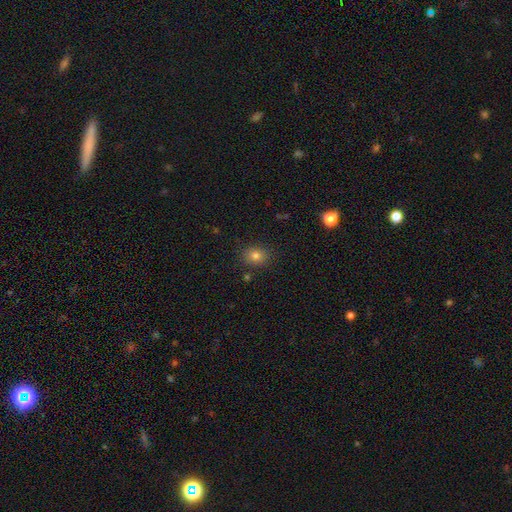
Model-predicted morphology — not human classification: Smooth or featured? Predicted: smooth (p=0.79). How rounded? Predicted: round (p=0.60). Merging? Predicted: none (p=0.85).